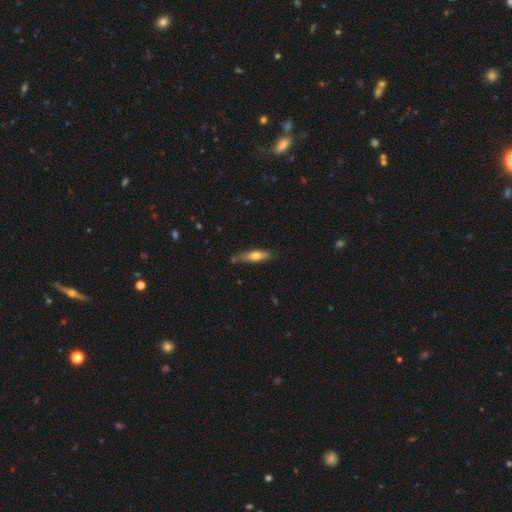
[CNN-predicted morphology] smooth_or_featured: smooth (p=0.56) [alt: featured or disk p=0.38]
how_rounded: cigar-shaped (p=0.73) [alt: in between p=0.25]
merging: none (p=0.73) [alt: minor disturbance p=0.19]